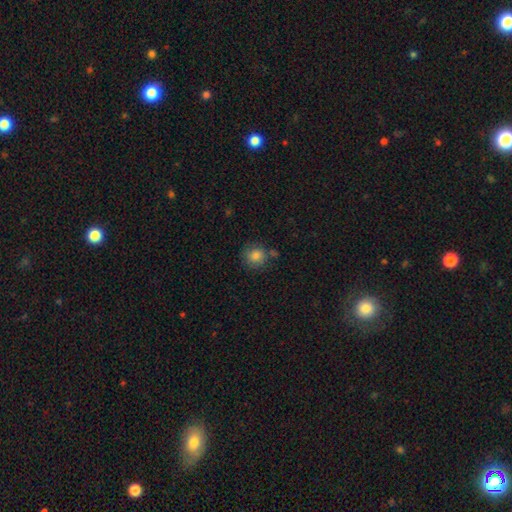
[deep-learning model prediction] This appears to be a smooth galaxy with no disk features (83%) that is round (87%). Merging: none (71%).